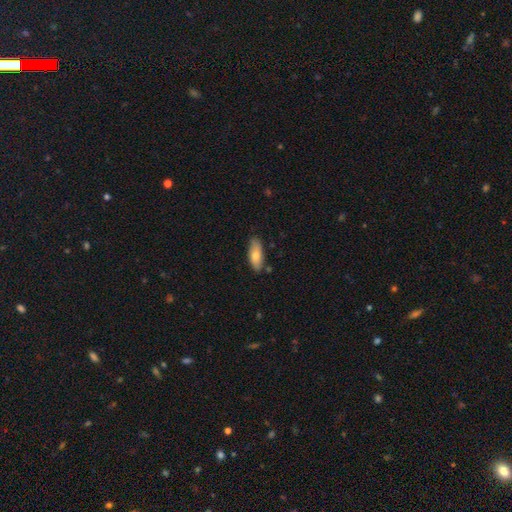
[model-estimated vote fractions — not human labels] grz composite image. It shows a smooth galaxy with no disk features (74%) that is in between round and cigar-shaped (75%). Merging: none (77%).